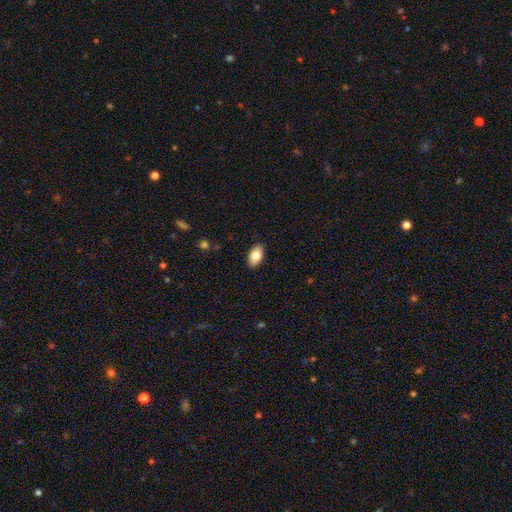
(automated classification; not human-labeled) smooth 81%, featured or disk 12%, star or artifact 7%. Down the decision tree: how rounded — in between (93%); merging — none (89%).